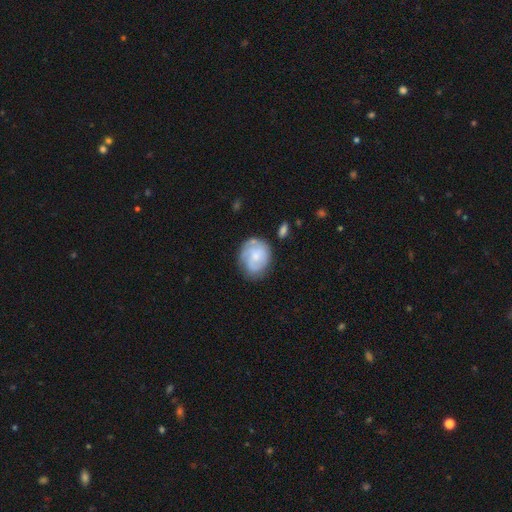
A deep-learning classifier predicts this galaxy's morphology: Smooth or featured? featured or disk (57%)
Edge-on disk? no (98%)
Bar? no (71%)
Spiral arms? yes (82%)
Bulge size? small (51%)
Merging? none (64%)